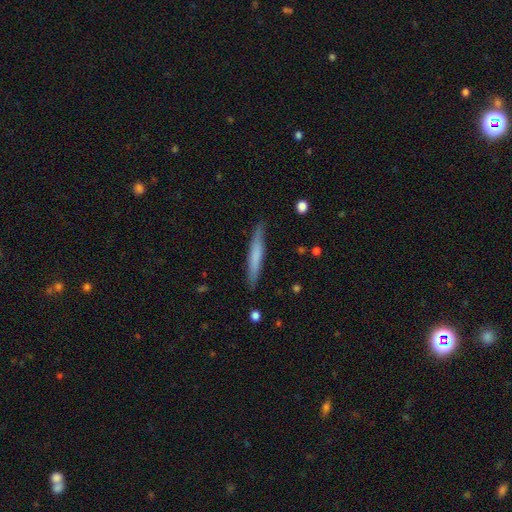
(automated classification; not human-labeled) Smooth or featured: smooth — 60% (featured or disk — 34%)
How rounded: cigar-shaped — 95% (in between — 4%)
Merging: none — 87% (minor disturbance — 10%)